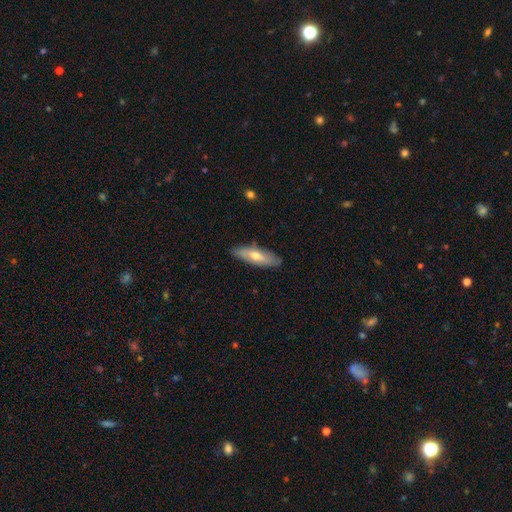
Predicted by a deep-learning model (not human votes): smooth_or_featured: smooth (p=0.55) [alt: featured or disk p=0.39]
how_rounded: cigar-shaped (p=0.49) [tied with: in between p=0.49]
merging: none (p=0.82) [alt: minor disturbance p=0.14]